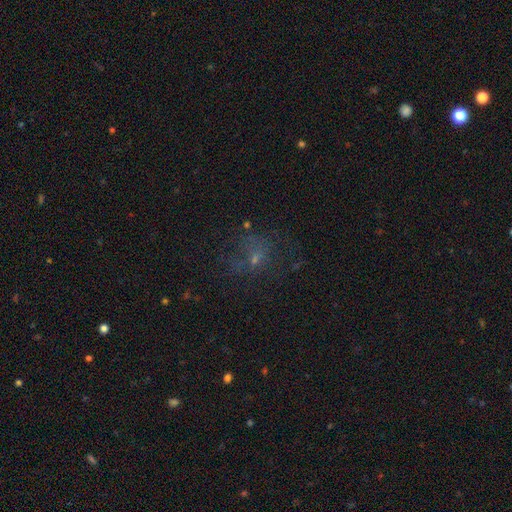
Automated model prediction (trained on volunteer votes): Q: Smooth or featured?
A: smooth (38%); runner-up: star or artifact (32%)
Q: Merging?
A: none (52%); runner-up: major disturbance (25%)